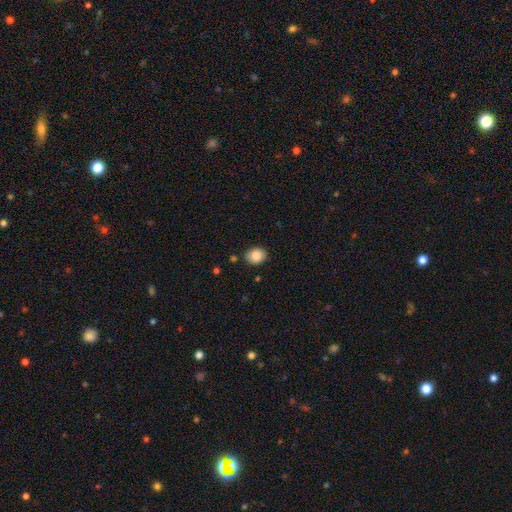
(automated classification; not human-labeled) Q: Smooth or featured?
A: smooth (87%); runner-up: star or artifact (8%)
Q: How rounded?
A: round (56%); runner-up: in between (43%)
Q: Merging?
A: none (83%); runner-up: minor disturbance (12%)